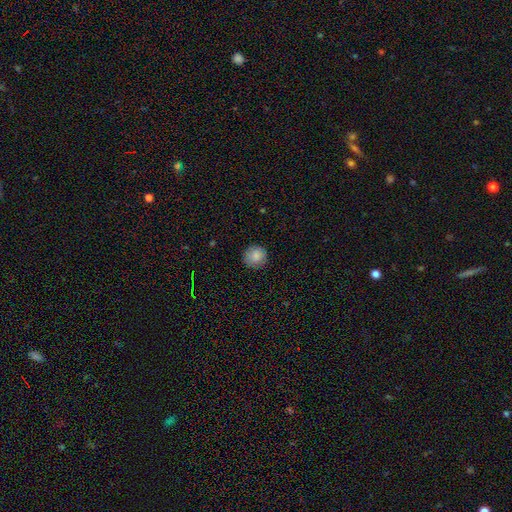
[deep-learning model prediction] The model was most divided on "smooth or featured": smooth: 85%, star or artifact: 8%, featured or disk: 7%. More confident: how rounded — round (94%); merging — none (89%).